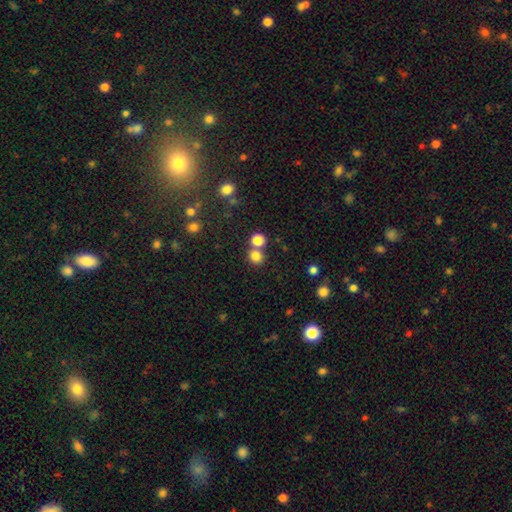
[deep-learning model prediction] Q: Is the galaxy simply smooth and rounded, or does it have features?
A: smooth — 79%.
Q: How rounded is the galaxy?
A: round — 82%.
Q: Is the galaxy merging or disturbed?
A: none — 63%.